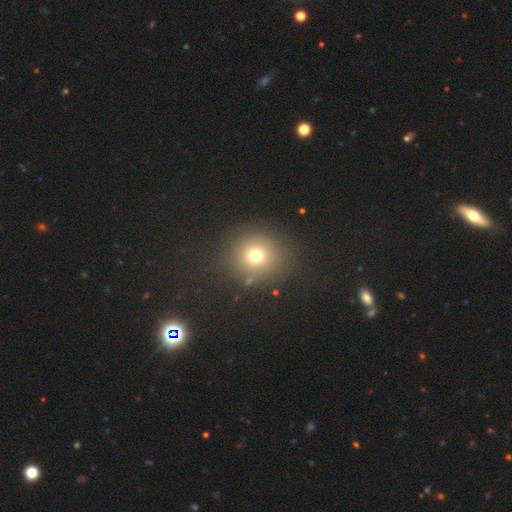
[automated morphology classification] This appears to be a smooth galaxy with no disk features (71%) that is round (88%). Merging: none (85%).